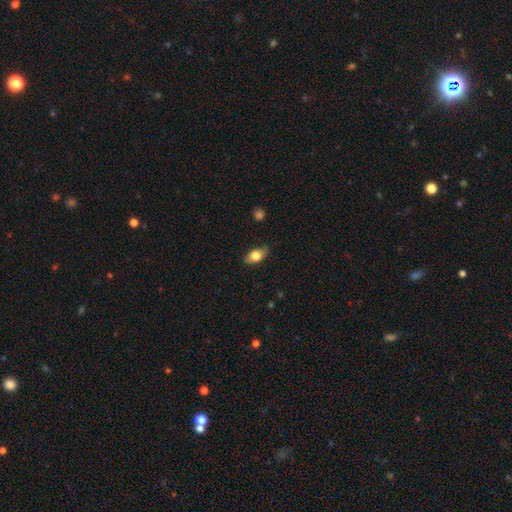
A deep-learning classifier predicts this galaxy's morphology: Smooth or featured: smooth — 76% (featured or disk — 16%)
How rounded: in between — 85% (round — 9%)
Merging: none — 81% (minor disturbance — 15%)